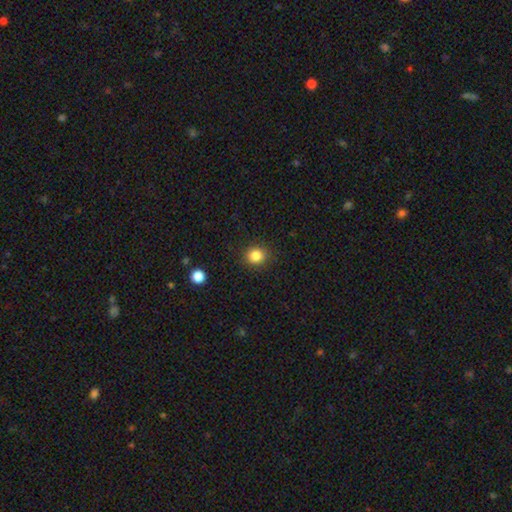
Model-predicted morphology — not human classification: Smooth or featured? Predicted: smooth (p=0.84). How rounded? Predicted: round (p=0.83). Merging? Predicted: none (p=0.89).